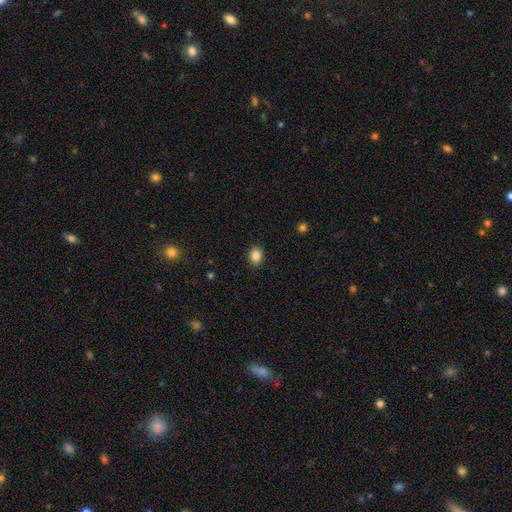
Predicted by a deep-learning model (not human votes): smooth-or-featured: smooth: 86% | star or artifact: 10% | featured or disk: 4%
  how-rounded: round: 54% | in between: 45% | cigar-shaped: 1%
  merging: none: 90% | minor disturbance: 7% | major disturbance: 2% | merger: 1%